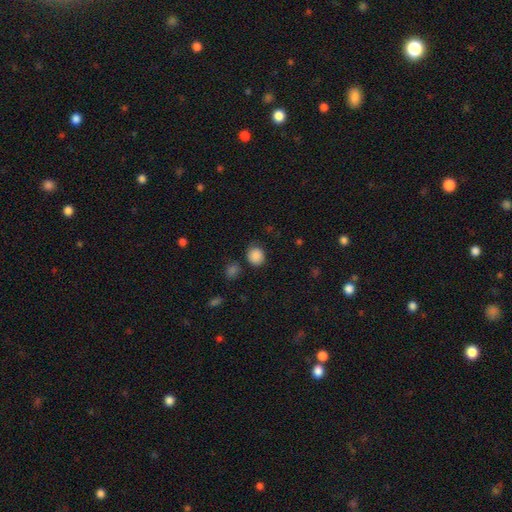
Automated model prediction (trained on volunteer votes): smooth 87%, star or artifact 9%, featured or disk 4%. Down the decision tree: how rounded — round (80%); merging — none (78%).